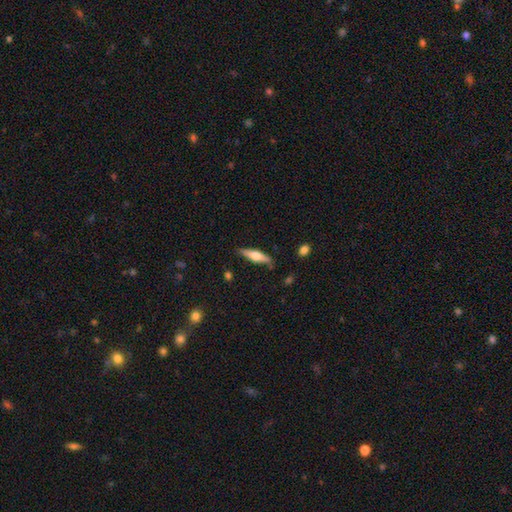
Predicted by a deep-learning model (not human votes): The model was most divided on "smooth or featured": smooth: 49%, featured or disk: 45%, star or artifact: 6%. More confident: merging — none (81%).